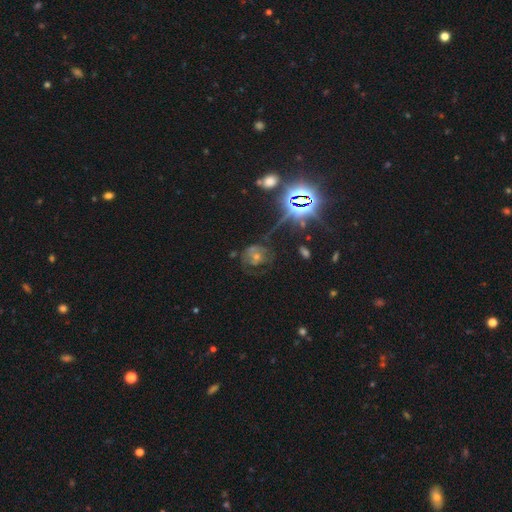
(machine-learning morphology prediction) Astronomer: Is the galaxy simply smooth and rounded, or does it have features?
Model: featured or disk — 42% (runner-up: star or artifact, 30%).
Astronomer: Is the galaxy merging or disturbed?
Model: none — 47% (runner-up: major disturbance, 25%).